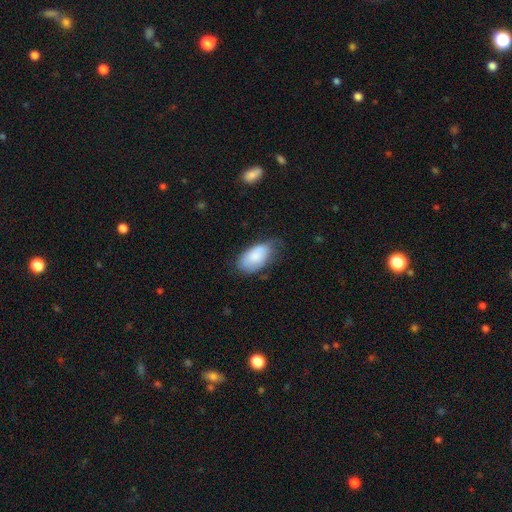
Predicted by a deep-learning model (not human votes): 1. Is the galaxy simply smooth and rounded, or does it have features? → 83% smooth, 11% featured or disk, 6% star or artifact.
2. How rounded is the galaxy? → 94% in between, 3% round, 3% cigar-shaped.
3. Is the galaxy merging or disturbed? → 49% none, 37% minor disturbance, 11% major disturbance, 2% merger.